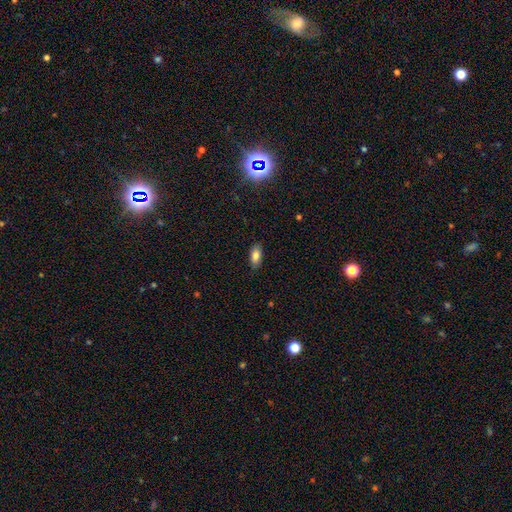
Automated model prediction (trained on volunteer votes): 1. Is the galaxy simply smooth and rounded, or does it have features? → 82% smooth, 10% featured or disk, 8% star or artifact.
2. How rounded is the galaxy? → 88% in between, 9% cigar-shaped, 3% round.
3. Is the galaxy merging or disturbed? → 87% none, 10% minor disturbance, 2% major disturbance, 1% merger.